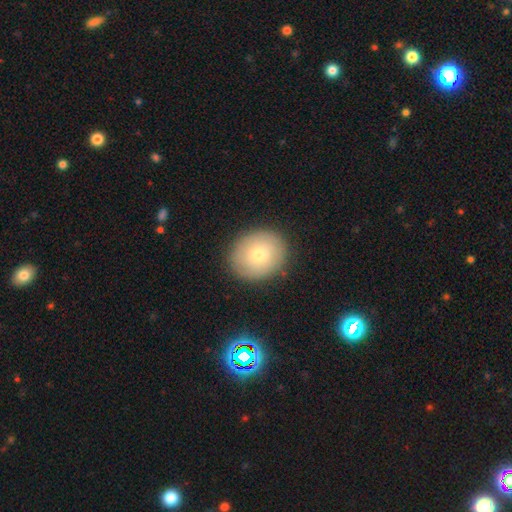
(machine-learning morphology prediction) Smooth or featured? smooth (69%)
How rounded? round (72%)
Merging? none (88%)